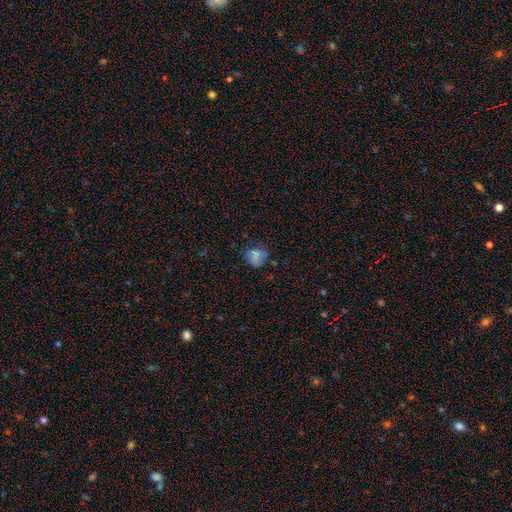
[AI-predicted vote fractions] Smooth or featured? smooth (74%)
How rounded? round (66%)
Merging? none (55%)